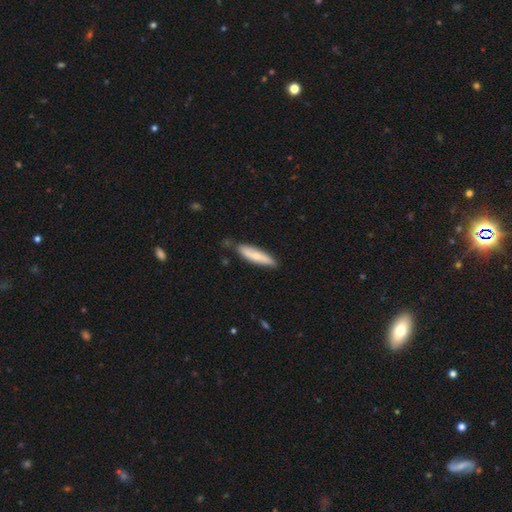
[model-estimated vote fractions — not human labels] A smooth galaxy with no disk features (65%) that is cigar-shaped (72%).

Vote fractions:
- Smooth or featured? smooth: 65% / featured or disk: 30% / star or artifact: 5%
- How rounded? cigar-shaped: 72% / in between: 26% / round: 2%
- Merging? none: 70% / minor disturbance: 23% / major disturbance: 4% / merger: 3%